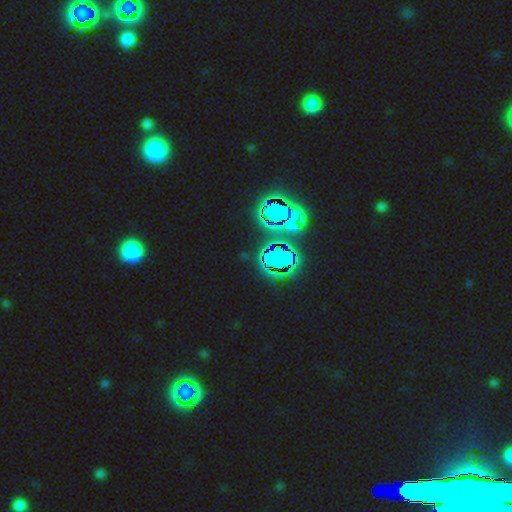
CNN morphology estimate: Q: Smooth or featured?
A: star or artifact (80%); runner-up: smooth (11%)